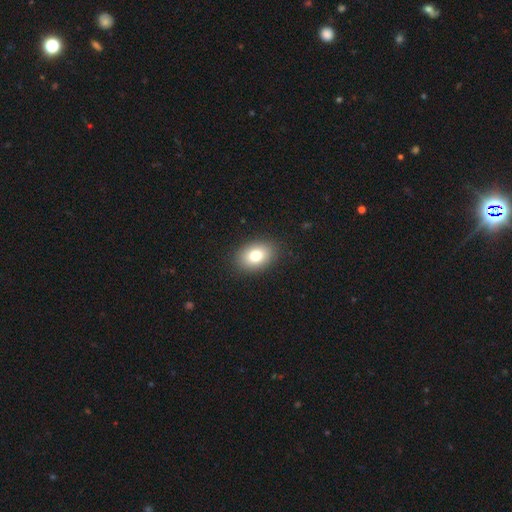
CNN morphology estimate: smooth-or-featured: smooth: 78% | featured or disk: 12% | star or artifact: 10%
  how-rounded: in between: 78% | round: 21% | cigar-shaped: 1%
  merging: none: 89% | minor disturbance: 7% | major disturbance: 2% | merger: 1%